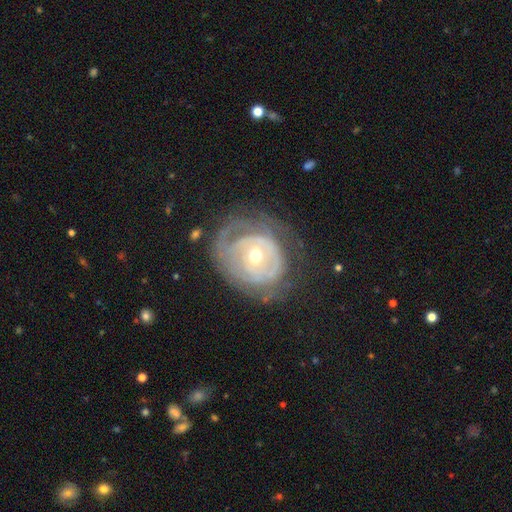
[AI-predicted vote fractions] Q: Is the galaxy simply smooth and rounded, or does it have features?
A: featured or disk — 77%.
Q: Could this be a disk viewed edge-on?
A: no — 97%.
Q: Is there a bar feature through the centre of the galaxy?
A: no — 78%.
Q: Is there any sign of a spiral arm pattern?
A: yes — 71%.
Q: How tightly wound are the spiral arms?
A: tight — 69%.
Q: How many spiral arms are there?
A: can't tell — 46%.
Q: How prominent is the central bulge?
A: moderate — 66%.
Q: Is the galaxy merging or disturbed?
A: none — 54%.